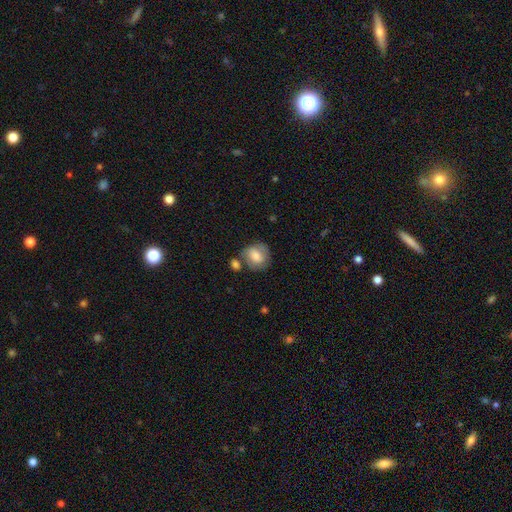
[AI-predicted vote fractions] This is likely a smooth galaxy (70%). How rounded: likely round (69%). Merging: possibly none (58%).